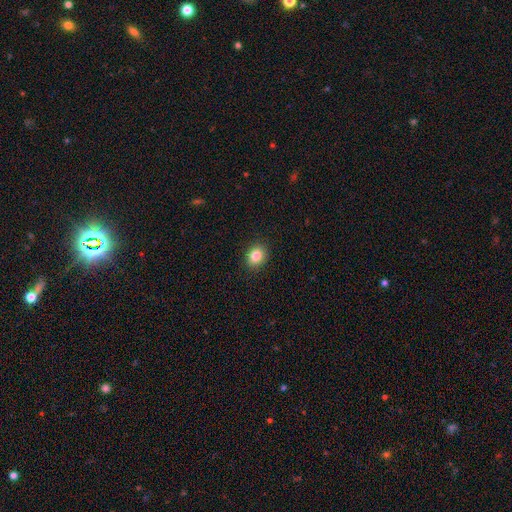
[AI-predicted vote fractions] Smooth or featured: smooth — 85% (star or artifact — 10%)
How rounded: round — 50% (in between — 49%)
Merging: none — 90% (minor disturbance — 7%)